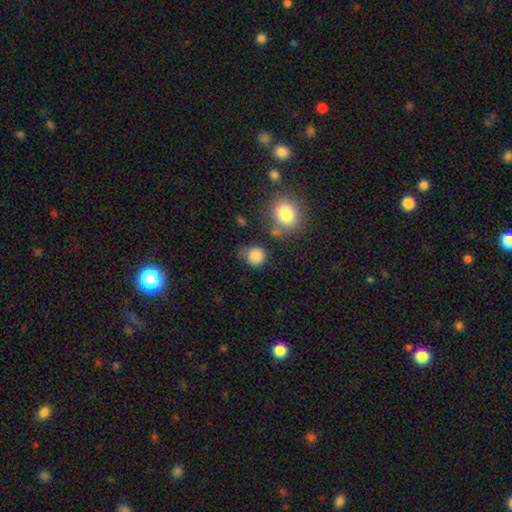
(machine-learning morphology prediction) Overall: smooth (85%). How rounded: round (84%). Merging: none (62%).